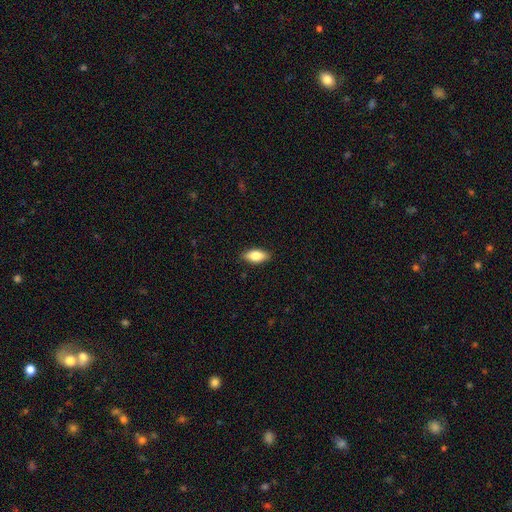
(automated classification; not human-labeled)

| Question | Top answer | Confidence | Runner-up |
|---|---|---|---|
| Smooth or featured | smooth | 79% | featured or disk (15%) |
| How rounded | in between | 86% | cigar-shaped (11%) |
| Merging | none | 88% | minor disturbance (9%) |